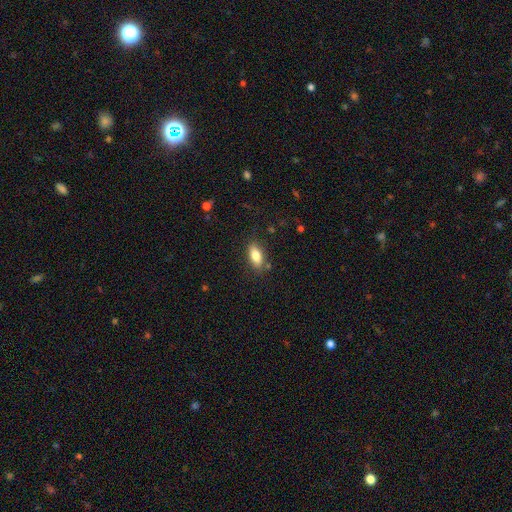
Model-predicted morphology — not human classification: Overall: smooth (82%). How rounded: in between (86%). Merging: none (82%).